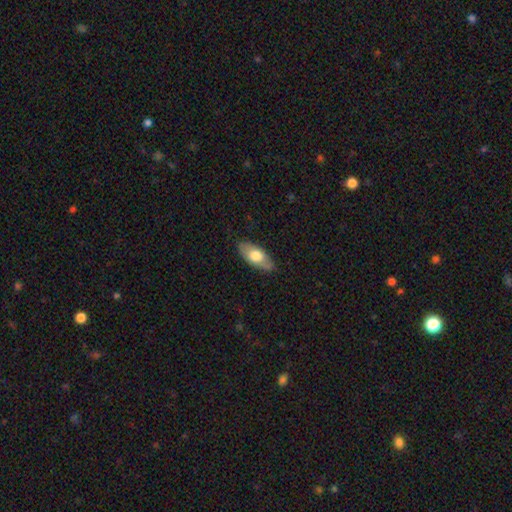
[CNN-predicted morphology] type=smooth (66%); roundness=in between (86%); merging=none (83%).